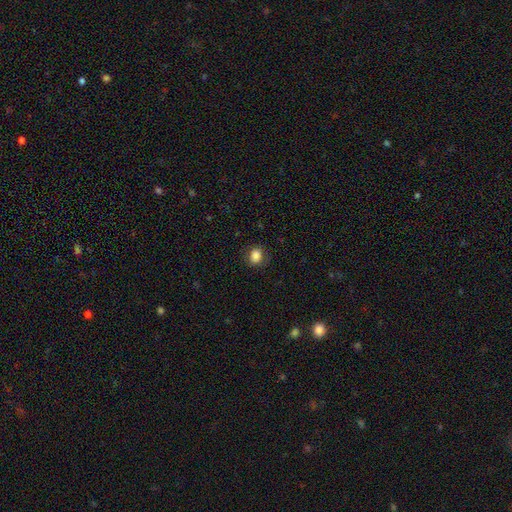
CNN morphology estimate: Q: Smooth or featured?
A: smooth (85%); runner-up: star or artifact (9%)
Q: How rounded?
A: round (55%); runner-up: in between (44%)
Q: Merging?
A: none (83%); runner-up: minor disturbance (12%)